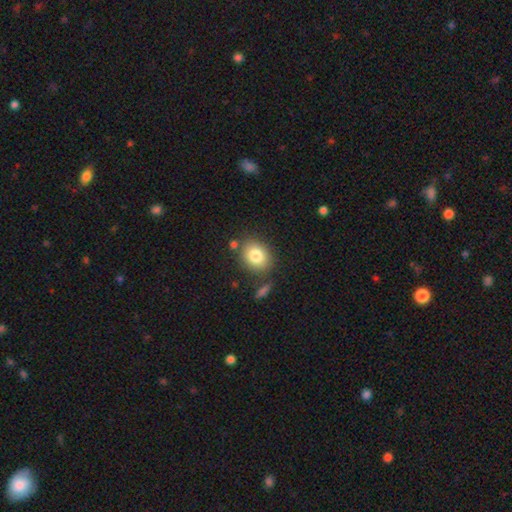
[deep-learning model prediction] Q: Smooth or featured?
A: smooth (81%); runner-up: featured or disk (10%)
Q: How rounded?
A: round (51%); runner-up: in between (48%)
Q: Merging?
A: none (77%); runner-up: minor disturbance (11%)